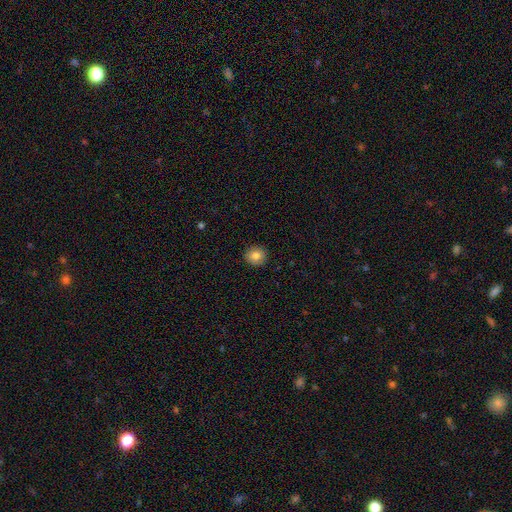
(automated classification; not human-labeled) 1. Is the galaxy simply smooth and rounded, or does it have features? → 82% smooth, 9% star or artifact, 9% featured or disk.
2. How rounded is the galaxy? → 88% round, 11% in between, 1% cigar-shaped.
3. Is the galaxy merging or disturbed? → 91% none, 6% minor disturbance, 2% major disturbance, 1% merger.